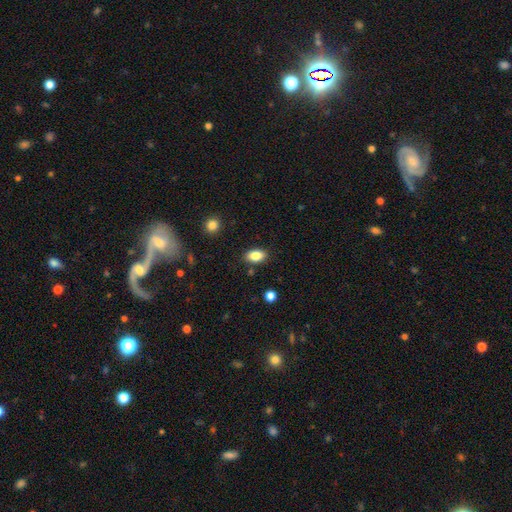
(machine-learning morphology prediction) Q: Smooth or featured?
A: smooth (85%); runner-up: star or artifact (8%)
Q: How rounded?
A: in between (89%); runner-up: round (8%)
Q: Merging?
A: none (86%); runner-up: minor disturbance (10%)